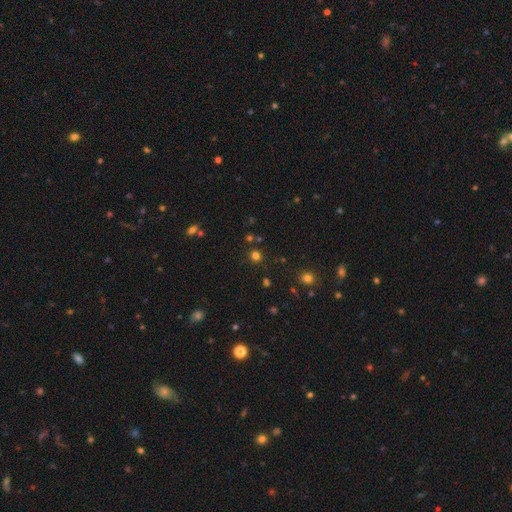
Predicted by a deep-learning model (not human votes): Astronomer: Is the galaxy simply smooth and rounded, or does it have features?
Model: smooth — 70%.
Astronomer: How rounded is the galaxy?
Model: round — 92%.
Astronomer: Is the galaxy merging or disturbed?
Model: none — 86%.